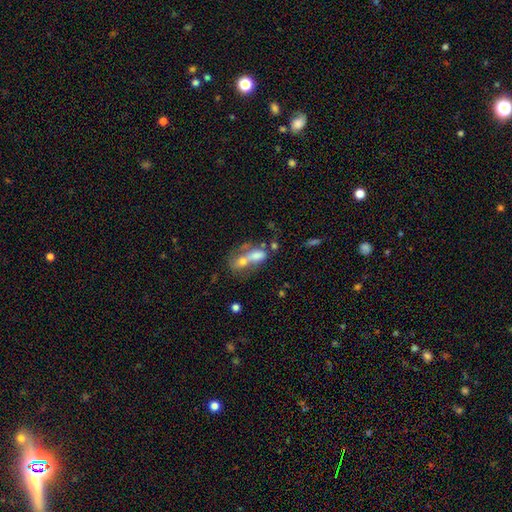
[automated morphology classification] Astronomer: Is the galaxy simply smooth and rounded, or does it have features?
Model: smooth — 63%.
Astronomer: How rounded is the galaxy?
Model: in between — 77%.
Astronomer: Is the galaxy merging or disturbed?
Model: merger — 64%.